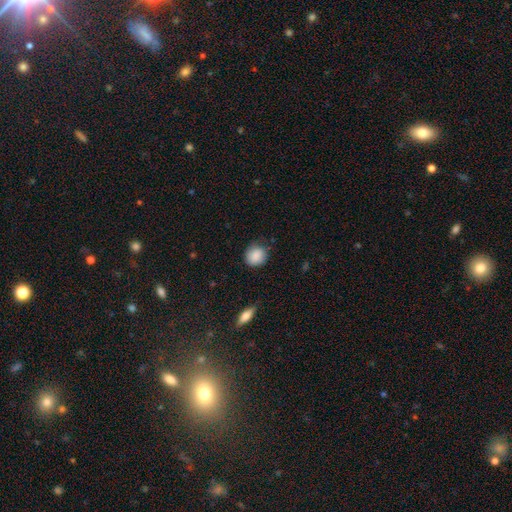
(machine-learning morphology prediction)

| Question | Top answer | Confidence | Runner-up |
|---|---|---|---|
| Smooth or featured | smooth | 87% | star or artifact (7%) |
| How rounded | round | 82% | in between (16%) |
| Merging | none | 74% | minor disturbance (21%) |